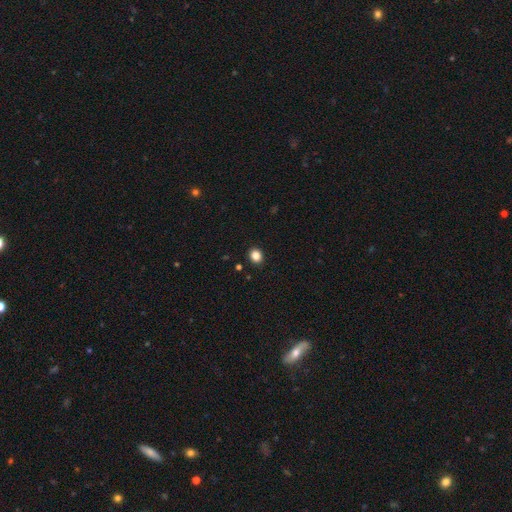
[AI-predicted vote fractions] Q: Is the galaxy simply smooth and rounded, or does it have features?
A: smooth — 84%.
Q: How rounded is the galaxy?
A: round — 65%.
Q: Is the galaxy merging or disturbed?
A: none — 91%.